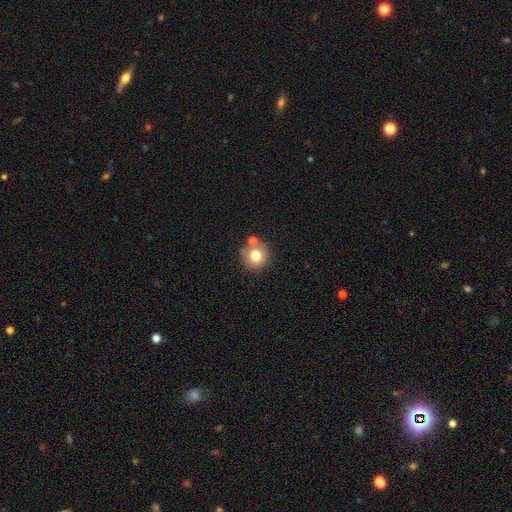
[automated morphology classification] smooth-or-featured: smooth: 75% | featured or disk: 14% | star or artifact: 11%
  how-rounded: round: 89% | in between: 10% | cigar-shaped: 1%
  merging: none: 69% | merger: 16% | minor disturbance: 11% | major disturbance: 4%